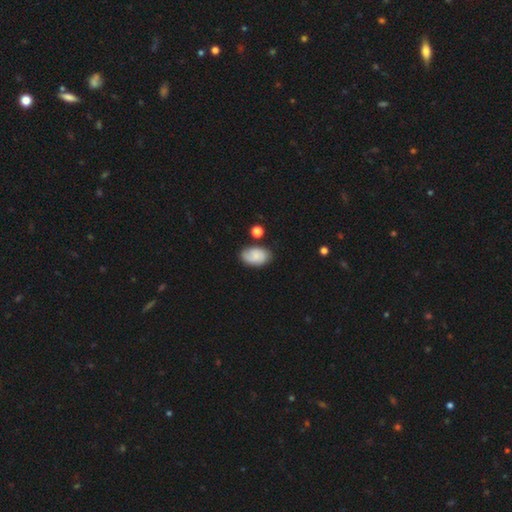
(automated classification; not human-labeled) Smooth or featured? Predicted: smooth (p=0.66). How rounded? Predicted: in between (p=0.89). Merging? Predicted: none (p=0.71).